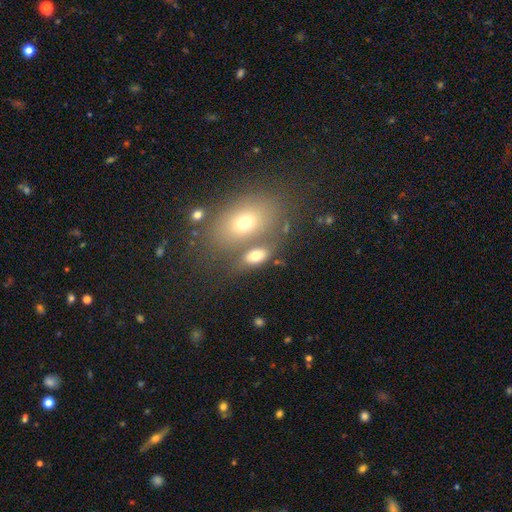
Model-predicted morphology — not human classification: Smooth or featured: smooth — 71% (featured or disk — 17%)
How rounded: in between — 87% (round — 10%)
Merging: none — 56% (merger — 25%)